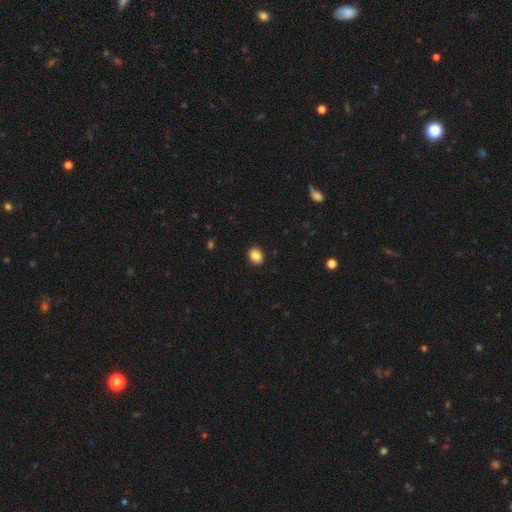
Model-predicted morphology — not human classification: type=smooth (86%); roundness=in between (54%); merging=none (91%).